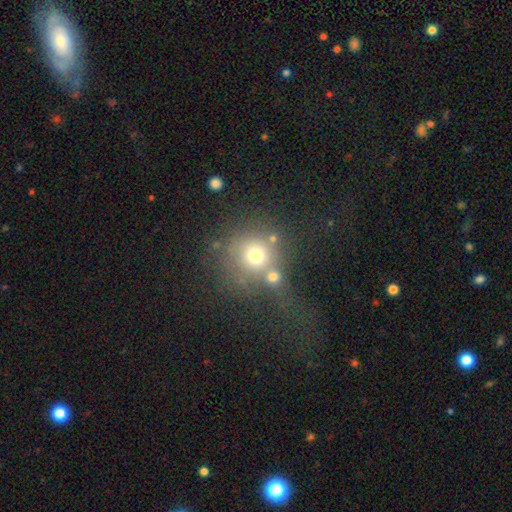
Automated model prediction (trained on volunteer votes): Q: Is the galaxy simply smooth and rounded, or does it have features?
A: smooth — 67%.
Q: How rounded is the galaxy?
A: round — 89%.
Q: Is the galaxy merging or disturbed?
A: none — 49%.